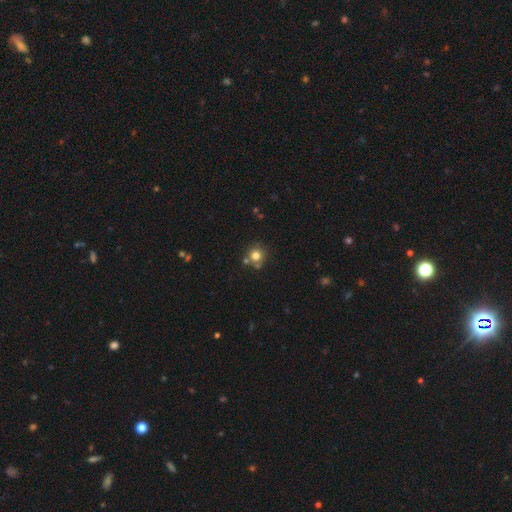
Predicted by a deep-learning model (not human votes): The model was most divided on "merging": none: 73%, merger: 14%, minor disturbance: 10%, major disturbance: 3%. More confident: how rounded — round (92%); smooth or featured — smooth (77%).